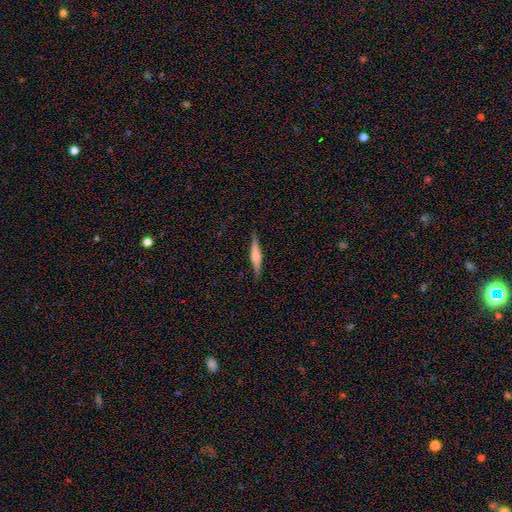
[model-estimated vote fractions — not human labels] Smooth or featured: featured or disk — 59% (smooth — 35%)
Edge-on disk: yes — 97% (no — 3%)
Edge-on bulge: rounded — 59% (boxy — 29%)
Merging: none — 89% (minor disturbance — 8%)